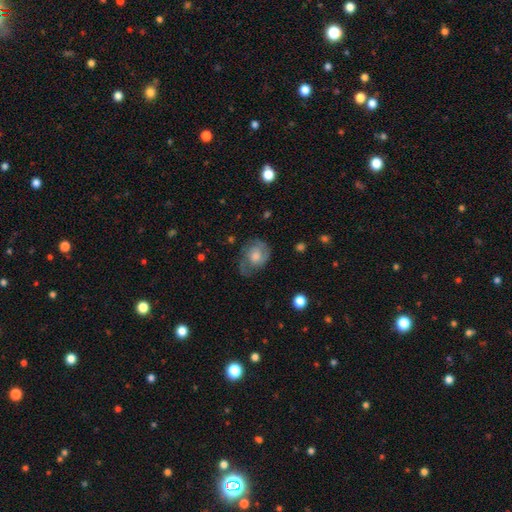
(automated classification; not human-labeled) featured or disk 60%, smooth 31%, star or artifact 9%. Down the decision tree: edge-on disk — no (97%); bar — no (74%); spiral arms — yes (79%); bulge size — moderate (52%); merging — none (63%).